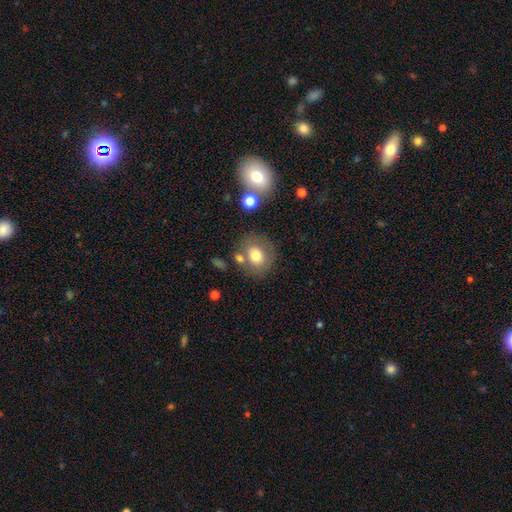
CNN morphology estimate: smooth_or_featured: smooth (p=0.73) [alt: featured or disk p=0.17]
how_rounded: round (p=0.74) [alt: in between p=0.25]
merging: none (p=0.68) [alt: minor disturbance p=0.14]